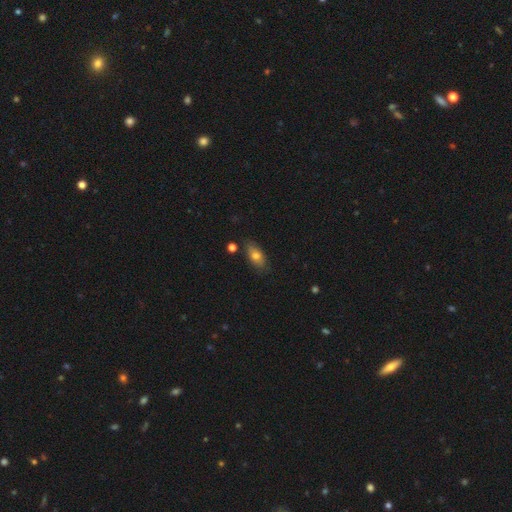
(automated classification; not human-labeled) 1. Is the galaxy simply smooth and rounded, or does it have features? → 72% smooth, 19% featured or disk, 9% star or artifact.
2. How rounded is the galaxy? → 84% in between, 9% cigar-shaped, 6% round.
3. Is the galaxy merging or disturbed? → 79% none, 15% minor disturbance, 3% merger, 3% major disturbance.